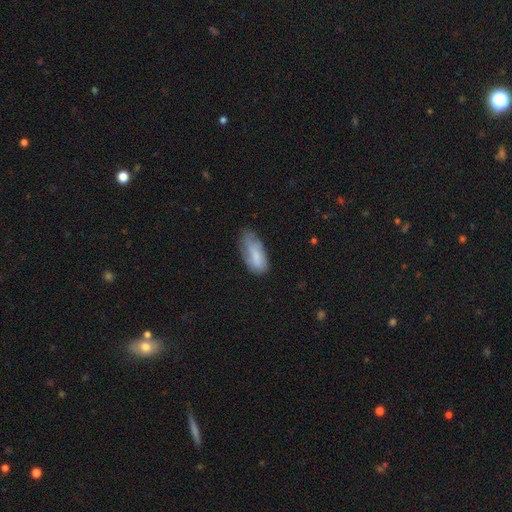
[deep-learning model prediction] smooth-or-featured: smooth: 75% | featured or disk: 18% | star or artifact: 7%
  how-rounded: in between: 83% | cigar-shaped: 15% | round: 2%
  merging: none: 52% | minor disturbance: 35% | major disturbance: 11% | merger: 2%